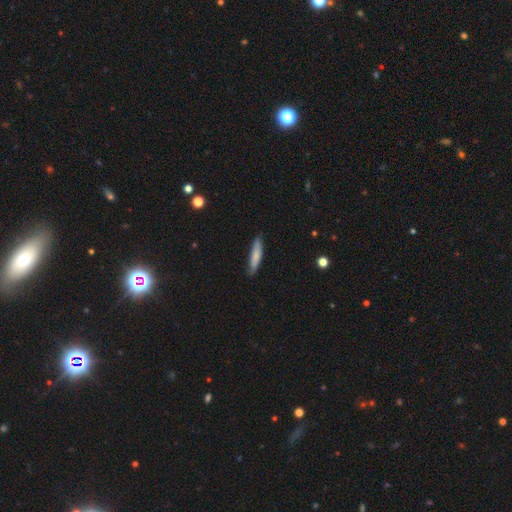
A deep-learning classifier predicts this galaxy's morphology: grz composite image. It shows a smooth galaxy with no disk features (77%) that is cigar-shaped (85%). Merging: none (84%).